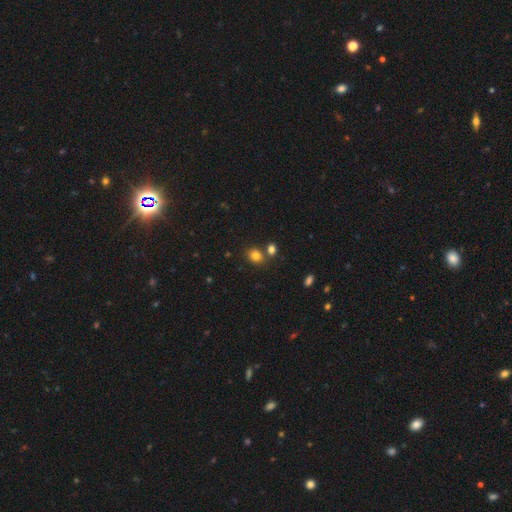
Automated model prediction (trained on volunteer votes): Overall: smooth (80%). How rounded: round (58%; in between 41%). Merging: none (68%).